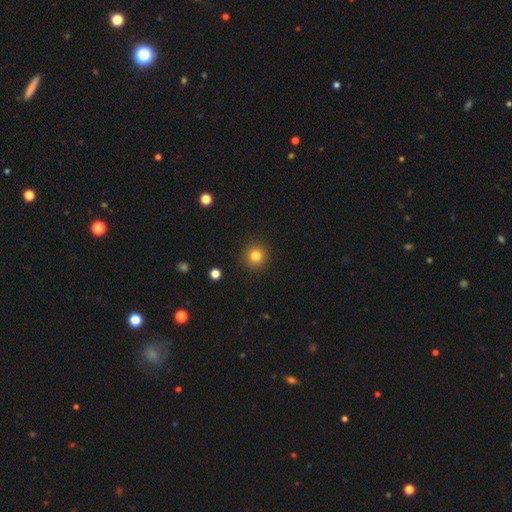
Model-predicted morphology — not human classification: A smooth galaxy with no disk features (82%) that is round (94%).

Vote fractions:
- Smooth or featured? smooth: 82% / star or artifact: 12% / featured or disk: 6%
- How rounded? round: 94% / in between: 5% / cigar-shaped: 1%
- Merging? none: 91% / minor disturbance: 6% / major disturbance: 2% / merger: 1%